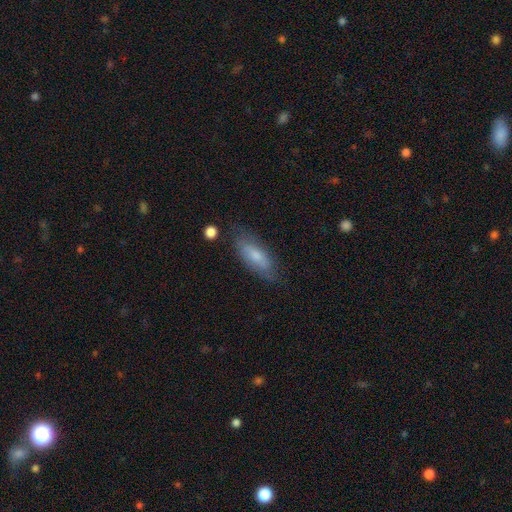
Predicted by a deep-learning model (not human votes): The model was most divided on "smooth or featured": smooth: 63%, featured or disk: 30%, star or artifact: 7%. More confident: merging — none (71%); how rounded — in between (68%).